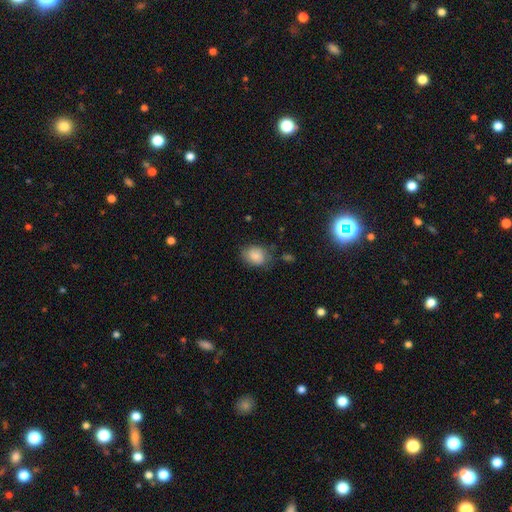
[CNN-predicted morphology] Smooth or featured? Predicted: smooth (p=0.81). How rounded? Predicted: in between (p=0.61). Merging? Predicted: none (p=0.67).